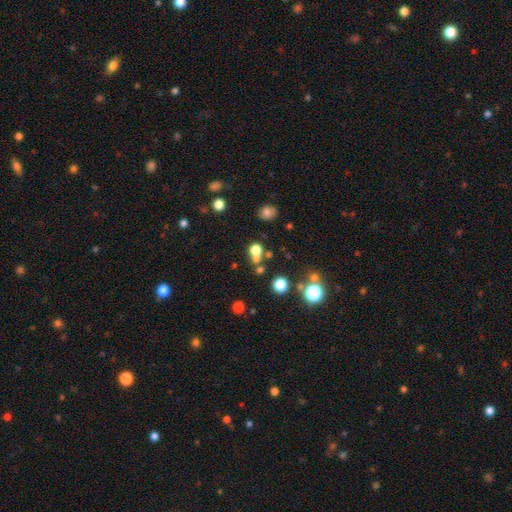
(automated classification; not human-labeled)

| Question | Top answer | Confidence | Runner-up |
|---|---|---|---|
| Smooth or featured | smooth | 62% | star or artifact (28%) |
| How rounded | round | 80% | in between (18%) |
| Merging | none | 56% | merger (29%) |